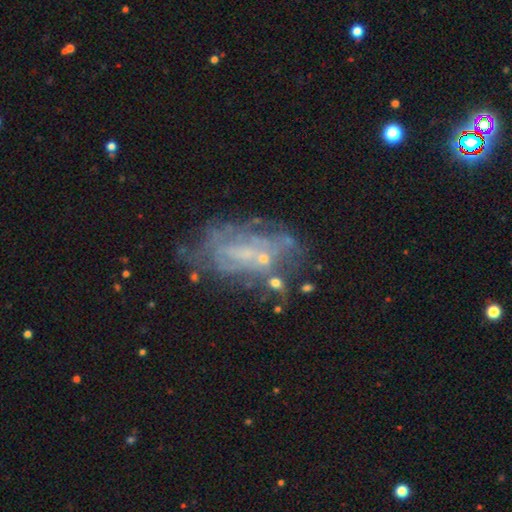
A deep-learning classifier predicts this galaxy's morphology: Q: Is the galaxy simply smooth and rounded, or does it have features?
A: featured or disk — 67%.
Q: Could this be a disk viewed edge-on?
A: no — 95%.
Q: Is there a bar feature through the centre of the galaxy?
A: no — 66%.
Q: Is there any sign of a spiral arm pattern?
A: no — 54%.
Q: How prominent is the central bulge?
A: small — 50%.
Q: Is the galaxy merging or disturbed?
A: none — 53%.